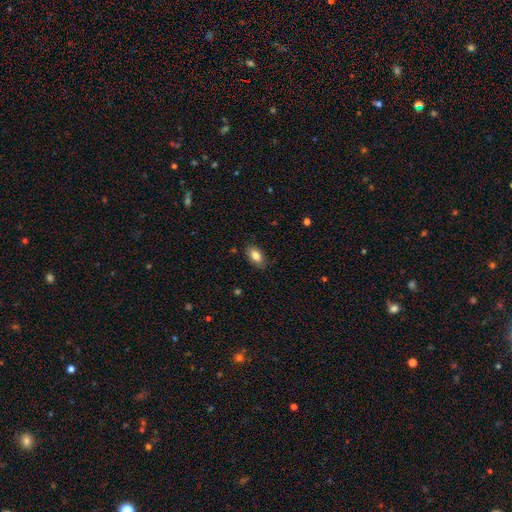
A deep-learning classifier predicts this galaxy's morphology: Smooth or featured? Predicted: smooth (p=0.83). How rounded? Predicted: in between (p=0.91). Merging? Predicted: none (p=0.85).